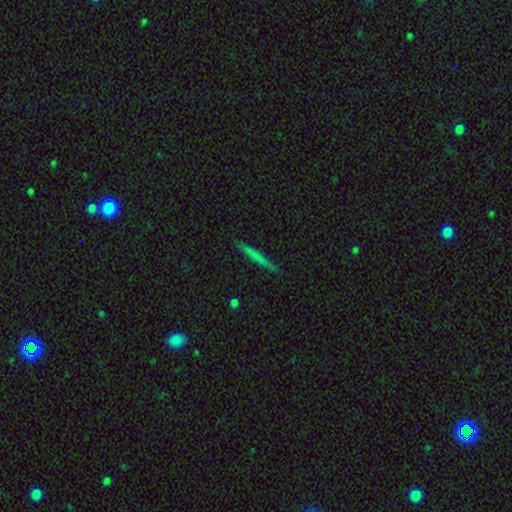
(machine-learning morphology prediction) A smooth galaxy with no disk features (63%) that is cigar-shaped (95%).

Vote fractions:
- Smooth or featured? smooth: 63% / featured or disk: 29% / star or artifact: 8%
- How rounded? cigar-shaped: 95% / in between: 3% / round: 2%
- Merging? none: 90% / minor disturbance: 7% / major disturbance: 1% / merger: 1%